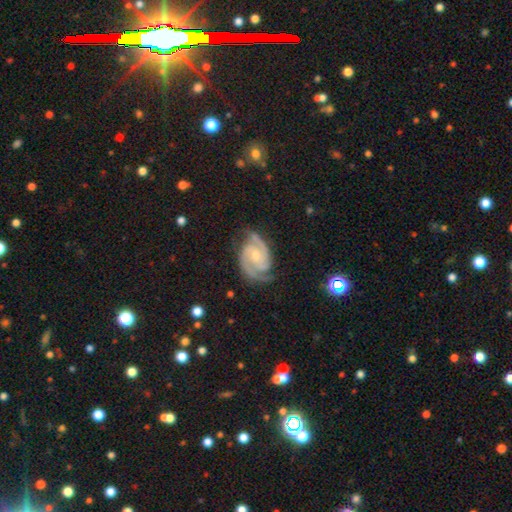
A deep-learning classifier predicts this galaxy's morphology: Q: Smooth or featured?
A: featured or disk (92%); runner-up: star or artifact (4%)
Q: Edge-on disk?
A: no (98%); runner-up: yes (2%)
Q: Bar?
A: no (61%); runner-up: weak (31%)
Q: Spiral arms?
A: yes (99%); runner-up: no (1%)
Q: Spiral winding?
A: tight (50%); runner-up: medium (44%)
Q: Spiral arm count?
A: 2 (74%); runner-up: 3 (17%)
Q: Bulge size?
A: small (58%); runner-up: moderate (37%)
Q: Merging?
A: none (76%); runner-up: minor disturbance (18%)